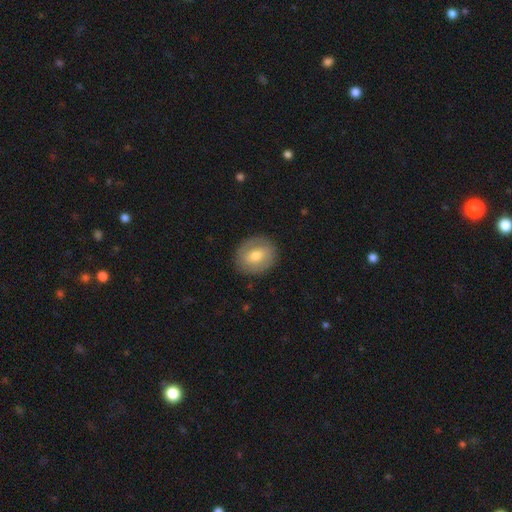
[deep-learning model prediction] smooth 62%, featured or disk 31%, star or artifact 7%. Down the decision tree: how rounded — round (71%); merging — none (87%).